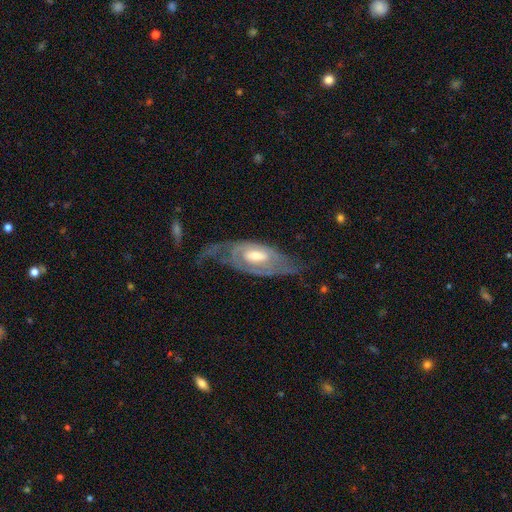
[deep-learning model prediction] Smooth or featured: featured or disk — 80% (smooth — 15%)
Edge-on disk: no — 88% (yes — 12%)
Bar: no — 44% (weak — 42%)
Spiral arms: yes — 83% (no — 17%)
Spiral winding: tight — 45% (medium — 36%)
Spiral arm count: 2 — 55% (can't tell — 27%)
Bulge size: moderate — 63% (small — 26%)
Merging: none — 47% (major disturbance — 27%)